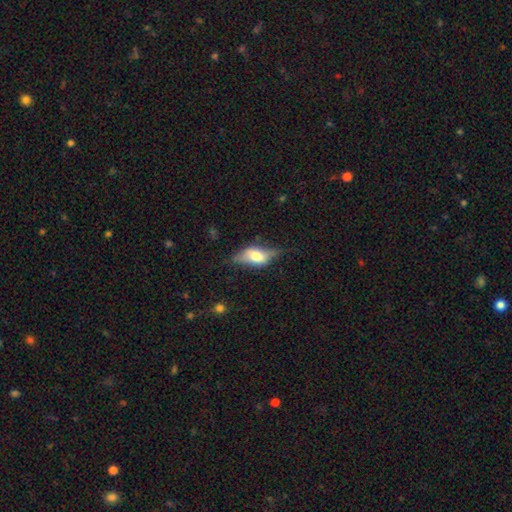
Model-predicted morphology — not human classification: smooth_or_featured: featured or disk (p=0.48) [alt: smooth p=0.45]
merging: none (p=0.55) [alt: minor disturbance p=0.29]